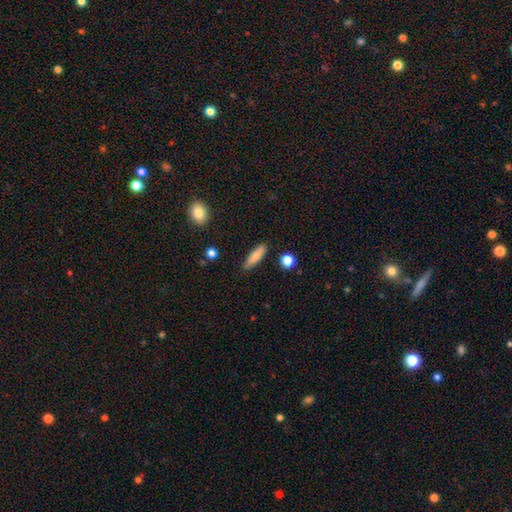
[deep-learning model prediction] smooth-or-featured: smooth: 78% | featured or disk: 15% | star or artifact: 7%
  how-rounded: cigar-shaped: 60% | in between: 37% | round: 3%
  merging: none: 83% | minor disturbance: 12% | major disturbance: 2% | merger: 2%